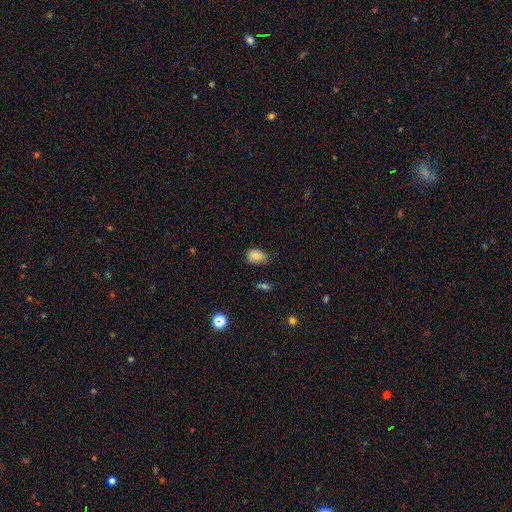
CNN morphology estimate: Q: Smooth or featured?
A: smooth (80%); runner-up: featured or disk (10%)
Q: How rounded?
A: in between (80%); runner-up: round (18%)
Q: Merging?
A: none (56%); runner-up: minor disturbance (35%)